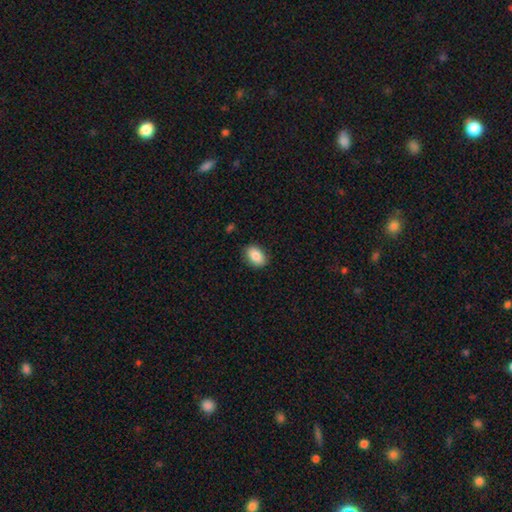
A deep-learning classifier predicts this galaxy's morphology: Smooth or featured?
  - smooth: 87% *
  - star or artifact: 7%
  - featured or disk: 6%
How rounded?
  - in between: 85% *
  - round: 13%
  - cigar-shaped: 1%
Merging?
  - none: 87% *
  - minor disturbance: 10%
  - major disturbance: 2%
  - merger: 1%